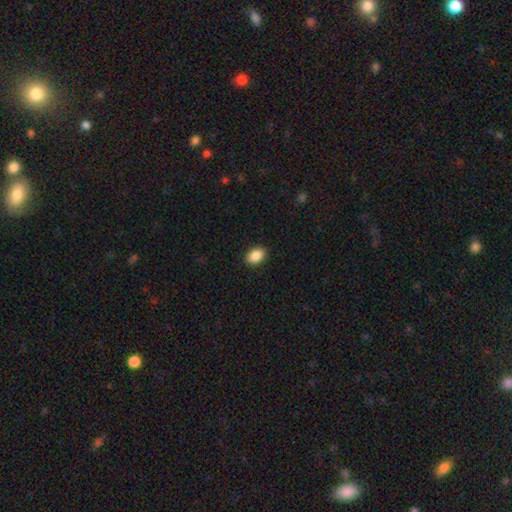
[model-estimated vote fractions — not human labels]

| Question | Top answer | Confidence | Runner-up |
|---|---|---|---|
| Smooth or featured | smooth | 89% | star or artifact (8%) |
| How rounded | in between | 86% | round (13%) |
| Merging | none | 90% | minor disturbance (8%) |